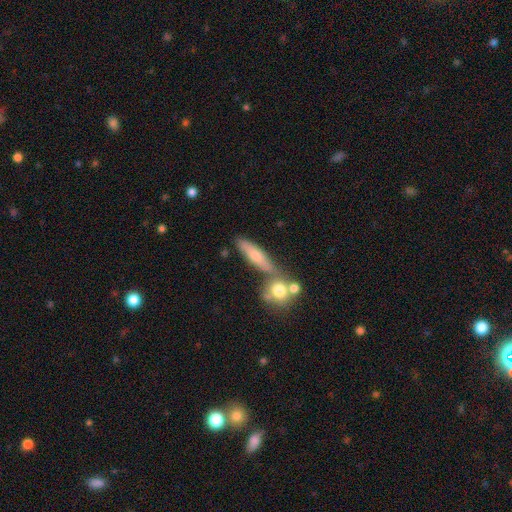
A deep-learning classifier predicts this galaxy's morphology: The model was most divided on "how rounded": cigar-shaped: 64%, in between: 29%, round: 7%. More confident: smooth or featured — smooth (66%); merging — none (59%).